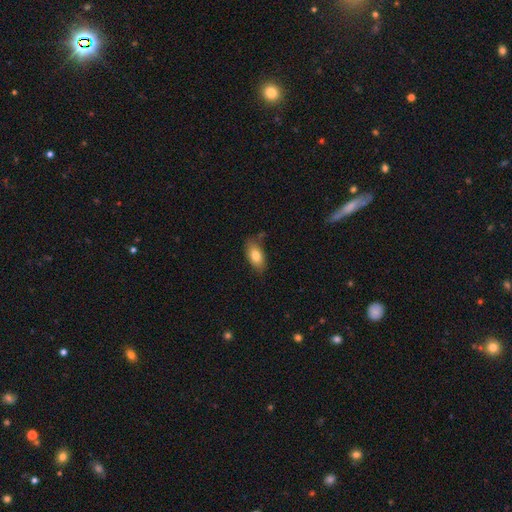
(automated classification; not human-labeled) Q: Smooth or featured?
A: smooth (78%); runner-up: featured or disk (14%)
Q: How rounded?
A: in between (90%); runner-up: round (5%)
Q: Merging?
A: none (73%); runner-up: minor disturbance (20%)